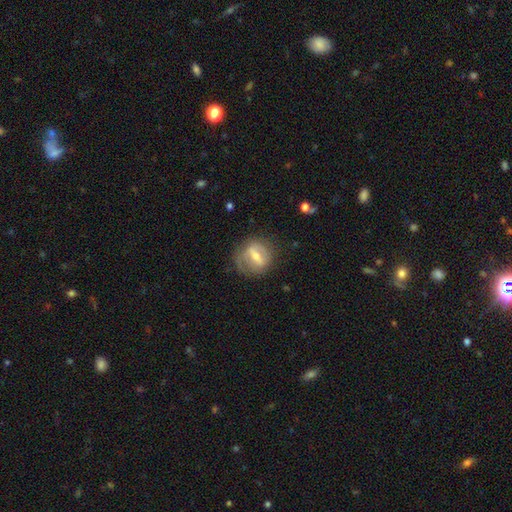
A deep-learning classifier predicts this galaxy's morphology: A featured or disk galaxy (55%). Merging: none (69%).